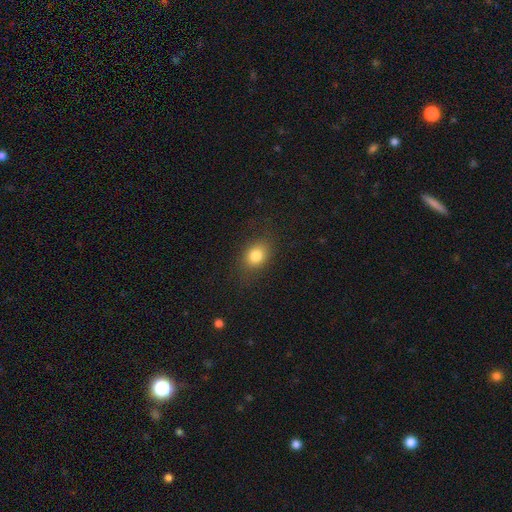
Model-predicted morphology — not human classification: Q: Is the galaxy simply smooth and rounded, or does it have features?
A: smooth — 82%.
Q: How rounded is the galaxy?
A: in between — 58%.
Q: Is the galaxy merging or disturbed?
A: none — 81%.